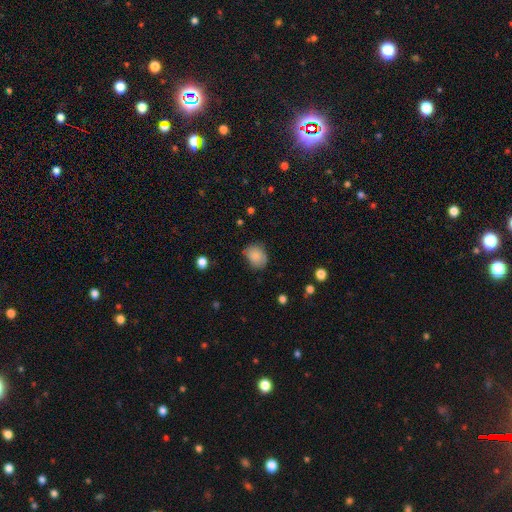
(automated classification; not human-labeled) Smooth or featured? smooth (83%)
How rounded? round (55%)
Merging? none (65%)